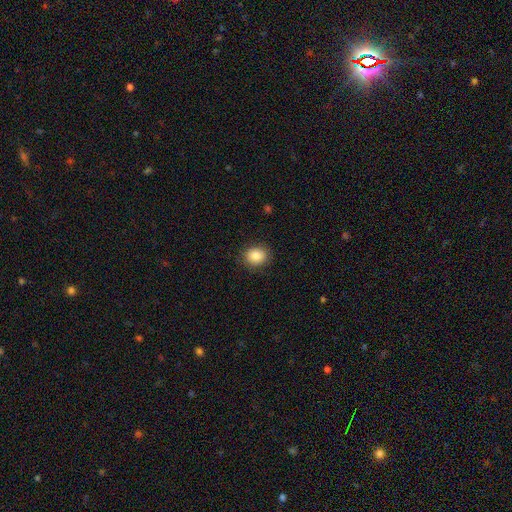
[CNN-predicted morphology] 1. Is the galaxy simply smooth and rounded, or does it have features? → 86% smooth, 9% star or artifact, 5% featured or disk.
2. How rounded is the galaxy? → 63% round, 36% in between, 1% cigar-shaped.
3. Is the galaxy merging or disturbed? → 88% none, 8% minor disturbance, 2% major disturbance, 1% merger.